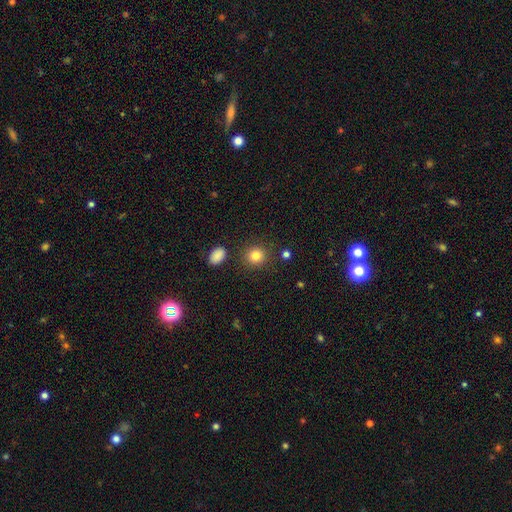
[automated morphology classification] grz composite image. It shows a smooth galaxy with no disk features (84%) that is round (86%). Merging: none (87%).